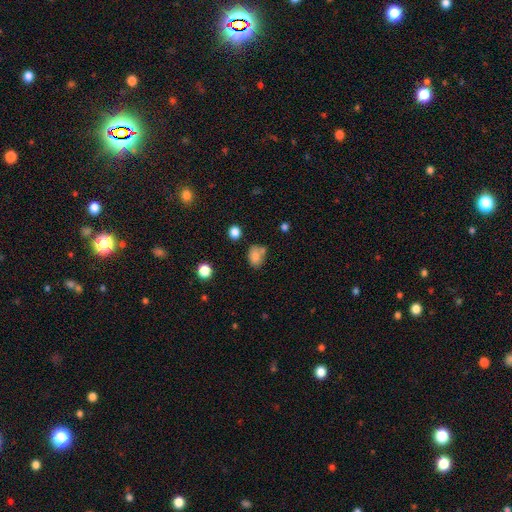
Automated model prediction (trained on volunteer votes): A smooth galaxy with no disk features (80%) that is in between round and cigar-shaped (66%).

Vote fractions:
- Smooth or featured? smooth: 80% / star or artifact: 11% / featured or disk: 9%
- How rounded? in between: 66% / round: 33% / cigar-shaped: 1%
- Merging? none: 51% / merger: 22% / minor disturbance: 20% / major disturbance: 7%